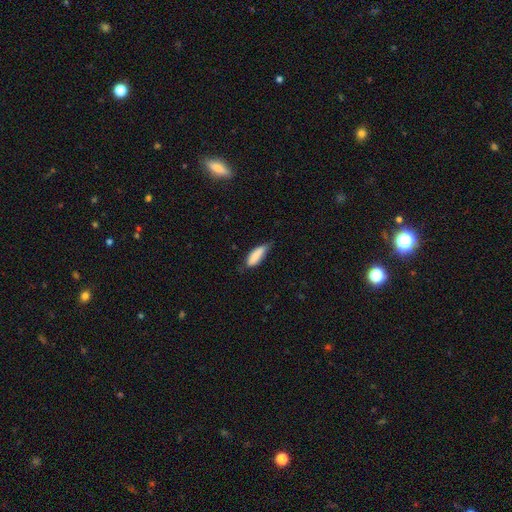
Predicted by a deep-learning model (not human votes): This appears to be a smooth galaxy with no disk features (84%) that is in between round and cigar-shaped (59%). Merging: none (52%).